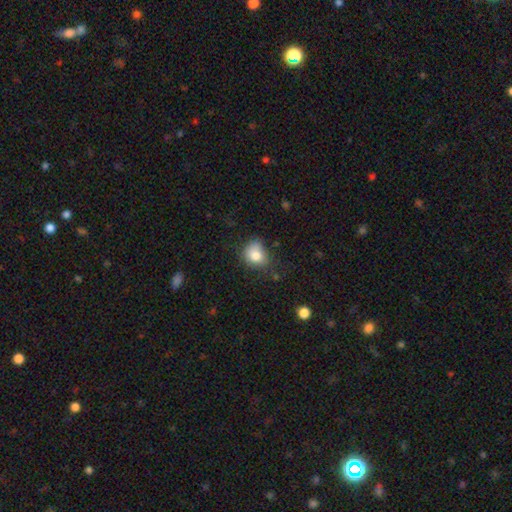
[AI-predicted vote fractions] smooth 80%, star or artifact 10%, featured or disk 10%. Down the decision tree: how rounded — round (57%); merging — none (53%).